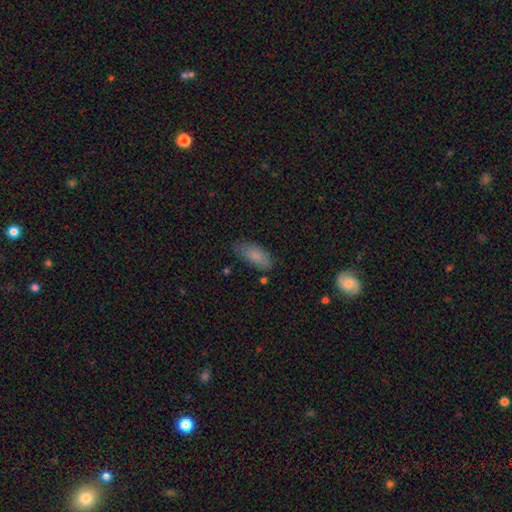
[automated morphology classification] Smooth or featured?
  - smooth: 82% *
  - featured or disk: 10%
  - star or artifact: 7%
How rounded?
  - in between: 84% *
  - cigar-shaped: 14%
  - round: 2%
Merging?
  - none: 69% *
  - minor disturbance: 23%
  - major disturbance: 5%
  - merger: 3%